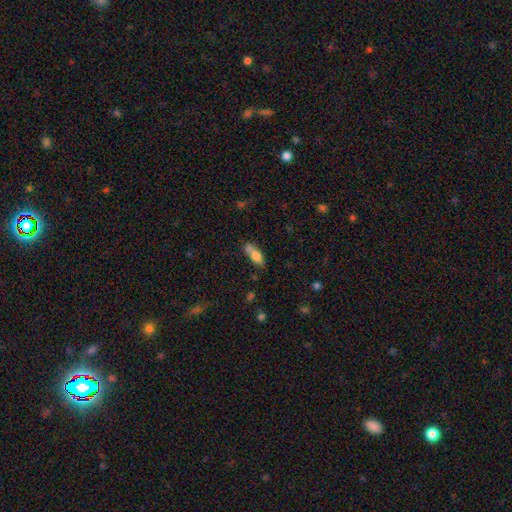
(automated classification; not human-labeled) A smooth galaxy with no disk features (72%) that is in between round and cigar-shaped (64%). Merging: none (46%).